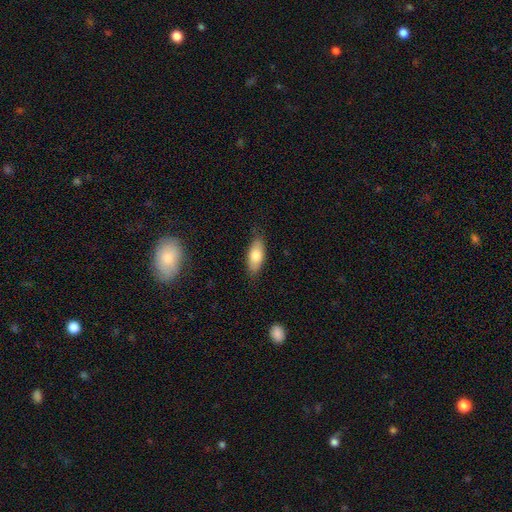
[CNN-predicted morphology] This appears to be a smooth galaxy with no disk features (75%) that is in between round and cigar-shaped (80%). Merging: none (83%).